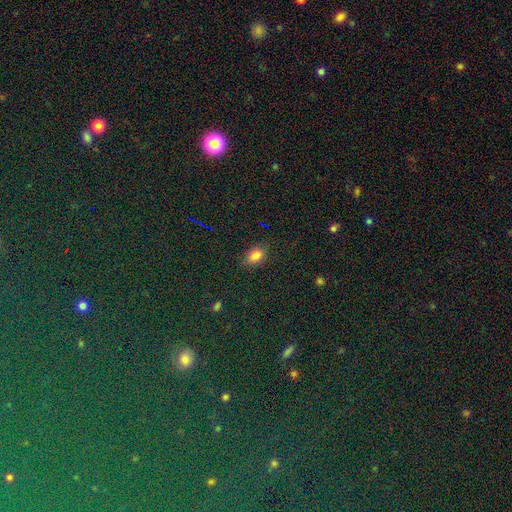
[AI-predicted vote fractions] smooth-or-featured: smooth: 81% | star or artifact: 13% | featured or disk: 6%
  how-rounded: in between: 74% | round: 25% | cigar-shaped: 2%
  merging: none: 83% | minor disturbance: 12% | major disturbance: 3% | merger: 1%